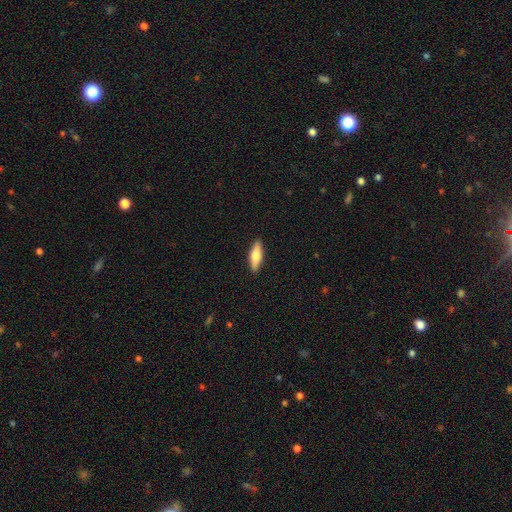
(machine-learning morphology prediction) This appears to be a smooth galaxy with no disk features (62%) that is cigar-shaped (50%). Merging: none (90%).